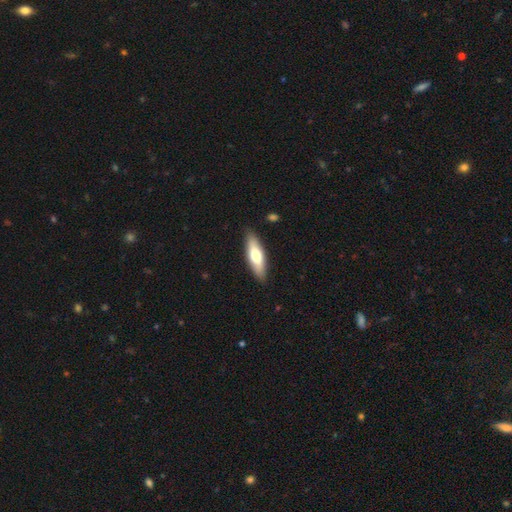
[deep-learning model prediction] Morphology: type=smooth (62%); roundness=in between (51%); merging=none (87%).